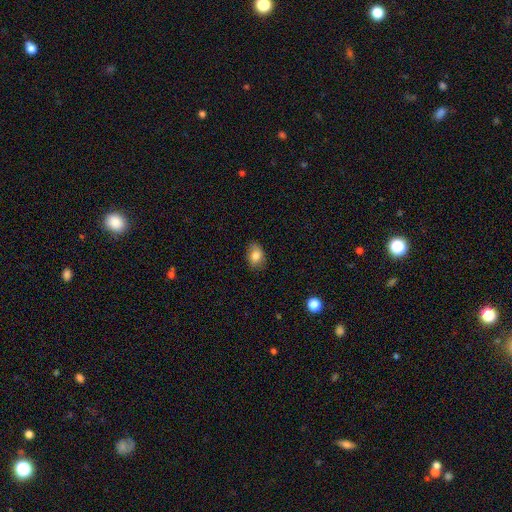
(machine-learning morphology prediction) smooth 80%, featured or disk 11%, star or artifact 9%. Down the decision tree: how rounded — in between (76%); merging — none (80%).